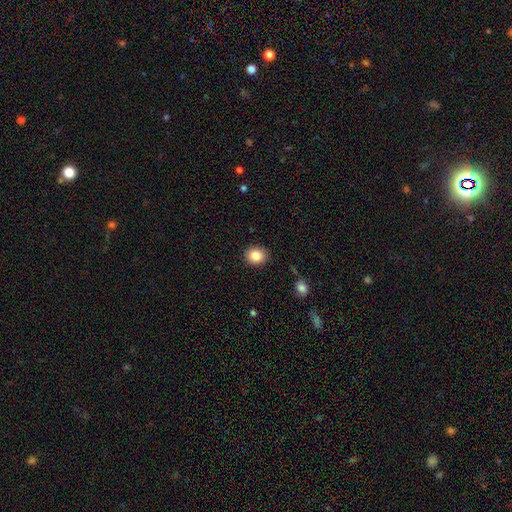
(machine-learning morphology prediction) This is clearly a smooth galaxy (86%). How rounded: likely round (68%). Merging: clearly none (89%).